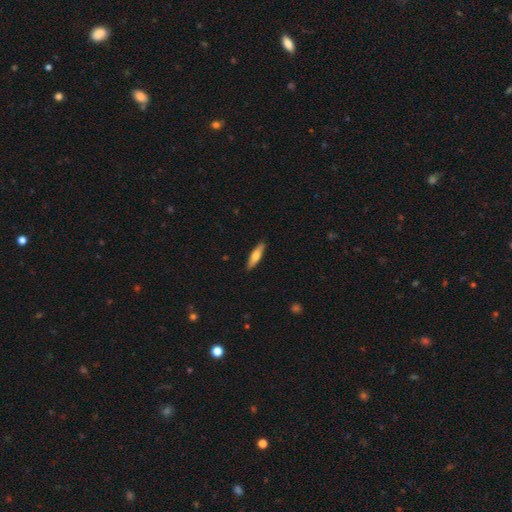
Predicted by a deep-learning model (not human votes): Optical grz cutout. It shows a smooth galaxy with no disk features (66%) that is cigar-shaped (72%). Merging: none (89%).